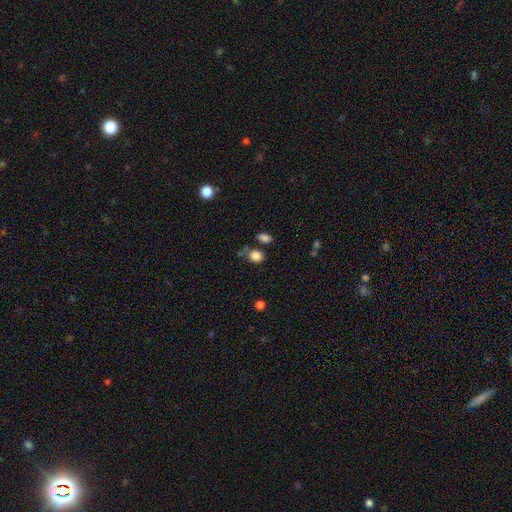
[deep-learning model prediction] smooth_or_featured: smooth (p=0.85) [alt: star or artifact p=0.11]
how_rounded: round (p=0.50) [alt: in between p=0.49]
merging: none (p=0.68) [alt: minor disturbance p=0.15]